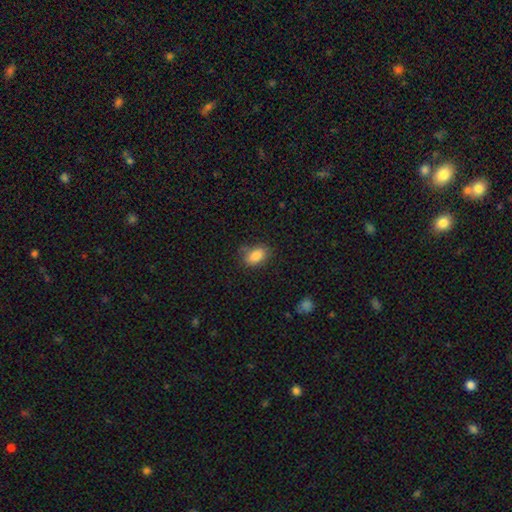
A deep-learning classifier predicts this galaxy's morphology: Smooth or featured? smooth (86%)
How rounded? in between (88%)
Merging? none (74%)